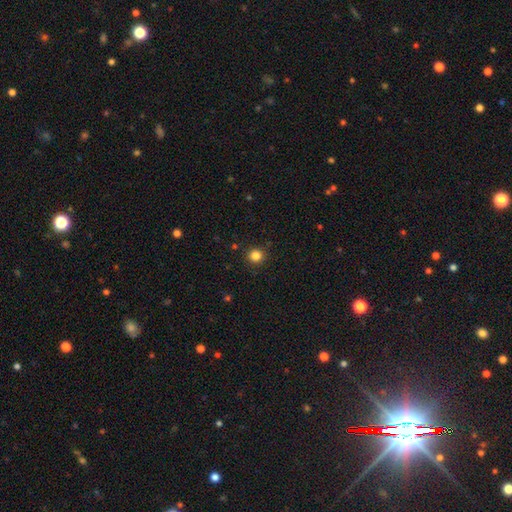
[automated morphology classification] The model was most divided on "smooth or featured": smooth: 84%, star or artifact: 13%, featured or disk: 4%. More confident: how rounded — round (93%); merging — none (91%).